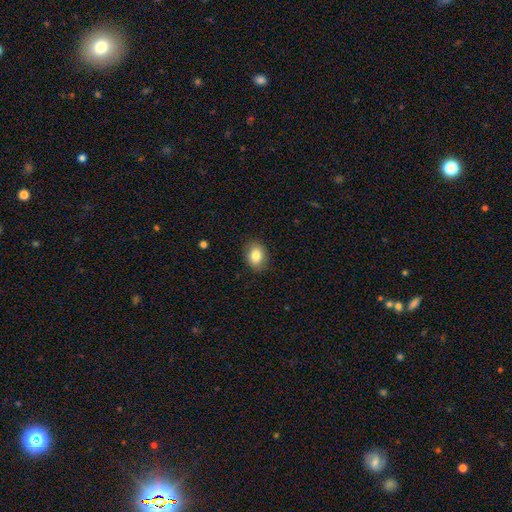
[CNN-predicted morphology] Q: Smooth or featured?
A: smooth (83%); runner-up: star or artifact (9%)
Q: How rounded?
A: in between (64%); runner-up: round (35%)
Q: Merging?
A: none (86%); runner-up: minor disturbance (11%)